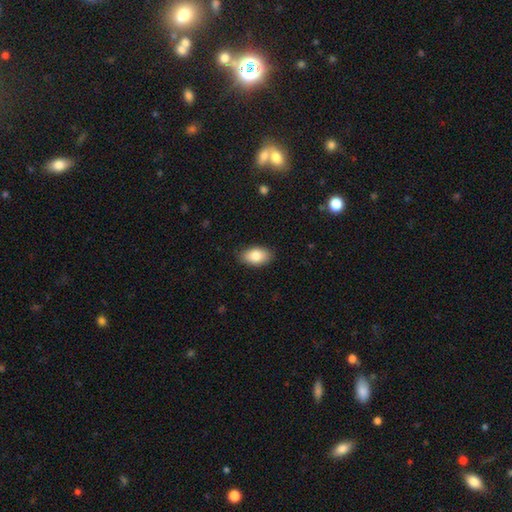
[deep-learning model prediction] A smooth galaxy with no disk features (85%) that is in between round and cigar-shaped (93%). Merging: none (86%).